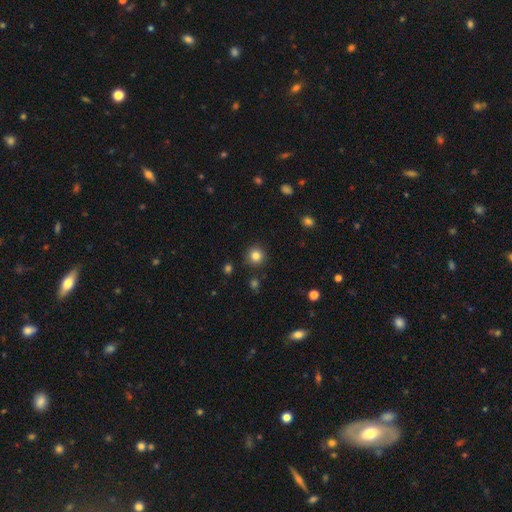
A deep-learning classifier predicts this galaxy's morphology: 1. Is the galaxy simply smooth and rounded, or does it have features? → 83% smooth, 12% star or artifact, 5% featured or disk.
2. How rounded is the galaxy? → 94% round, 5% in between, 1% cigar-shaped.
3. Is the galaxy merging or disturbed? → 89% none, 7% minor disturbance, 2% major disturbance, 2% merger.